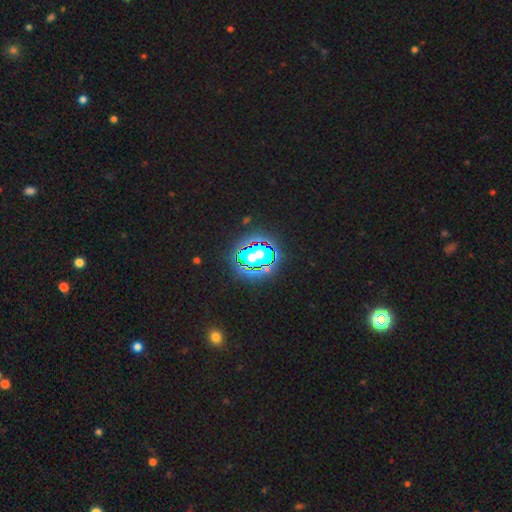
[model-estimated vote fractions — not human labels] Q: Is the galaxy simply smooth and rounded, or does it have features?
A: star or artifact — 58%.